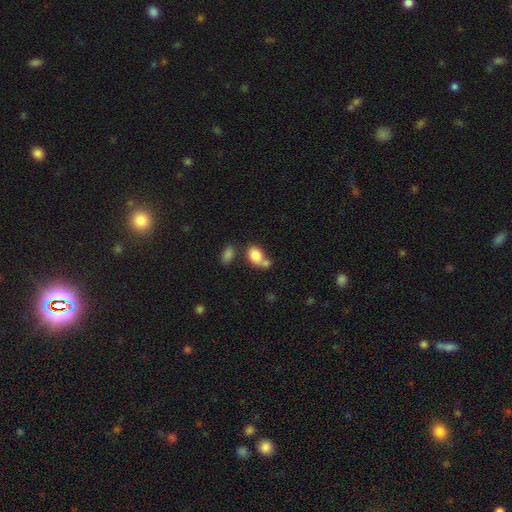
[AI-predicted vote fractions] smooth-or-featured: smooth: 82% | featured or disk: 10% | star or artifact: 8%
  how-rounded: in between: 76% | round: 22% | cigar-shaped: 1%
  merging: merger: 44% | none: 37% | minor disturbance: 13% | major disturbance: 6%